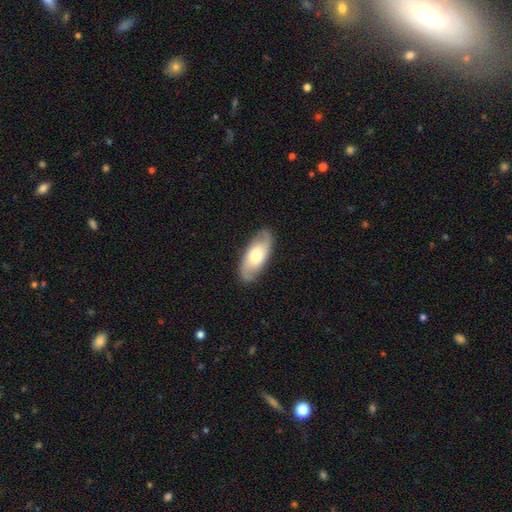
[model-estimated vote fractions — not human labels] This is possibly a featured or disk galaxy (53%). It is clearly not viewed edge-on (87%). Merging: clearly none (85%).